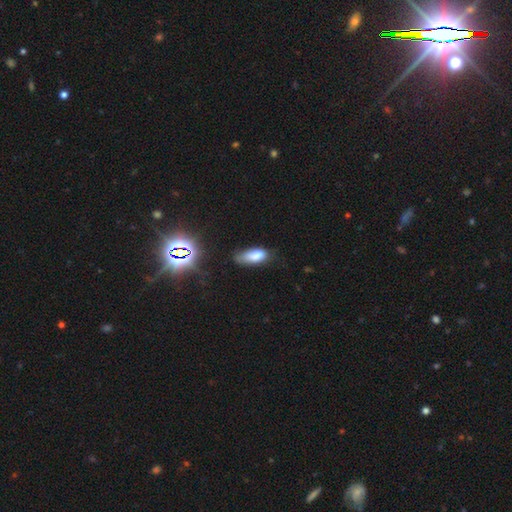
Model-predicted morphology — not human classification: type=smooth (78%); roundness=in between (78%); merging=none (43%).